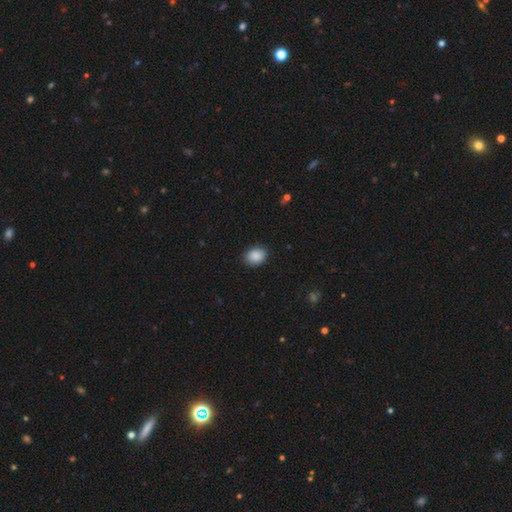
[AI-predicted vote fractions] Q: Smooth or featured?
A: smooth (89%); runner-up: star or artifact (7%)
Q: How rounded?
A: in between (63%); runner-up: round (36%)
Q: Merging?
A: none (88%); runner-up: minor disturbance (9%)